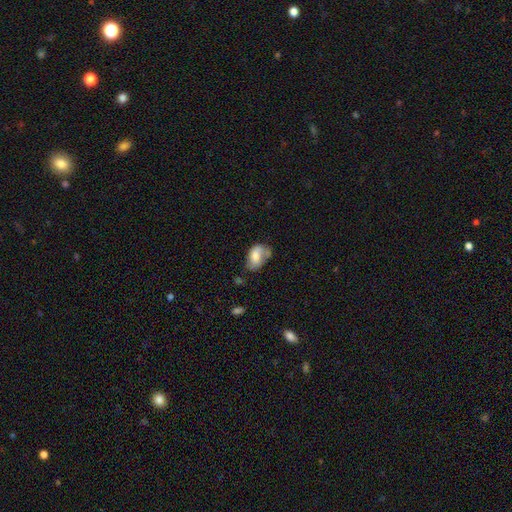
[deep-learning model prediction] Smooth or featured?
  - smooth: 66% *
  - featured or disk: 26%
  - star or artifact: 8%
How rounded?
  - in between: 89% *
  - round: 9%
  - cigar-shaped: 2%
Merging?
  - none: 39% *
  - minor disturbance: 32%
  - major disturbance: 15%
  - merger: 13%